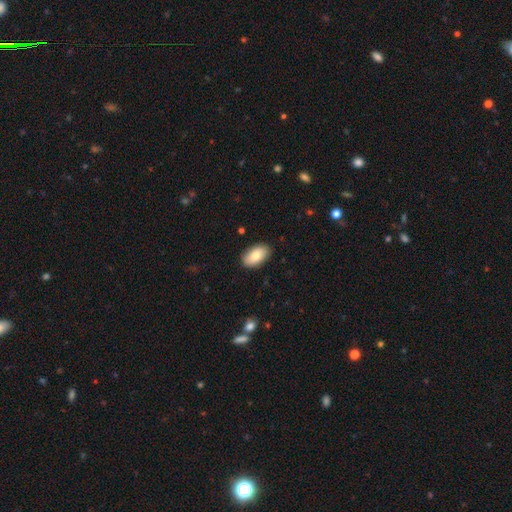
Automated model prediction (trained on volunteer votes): Smooth or featured?
  - smooth: 81% *
  - featured or disk: 13%
  - star or artifact: 6%
How rounded?
  - in between: 94% *
  - round: 4%
  - cigar-shaped: 2%
Merging?
  - none: 88% *
  - minor disturbance: 9%
  - major disturbance: 2%
  - merger: 1%